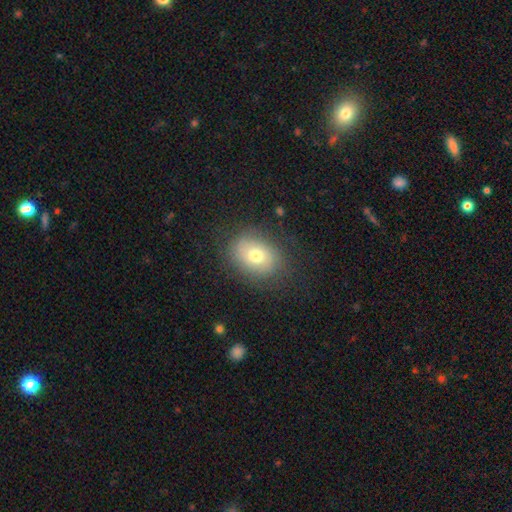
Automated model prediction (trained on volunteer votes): Smooth or featured: smooth — 69% (featured or disk — 20%)
How rounded: in between — 61% (round — 38%)
Merging: none — 79% (minor disturbance — 14%)